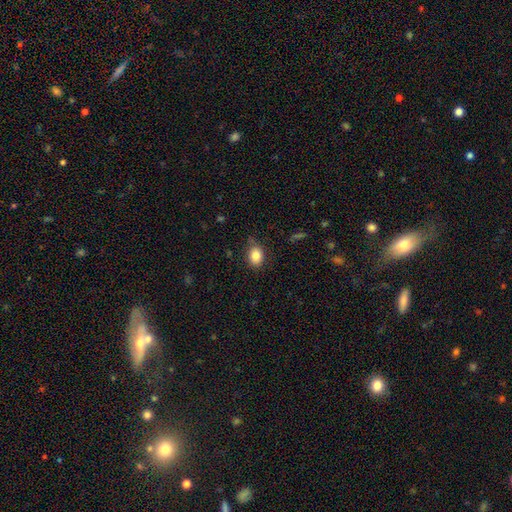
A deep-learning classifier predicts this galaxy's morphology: A smooth galaxy with no disk features (84%) that is in between round and cigar-shaped (68%). Merging: none (78%).